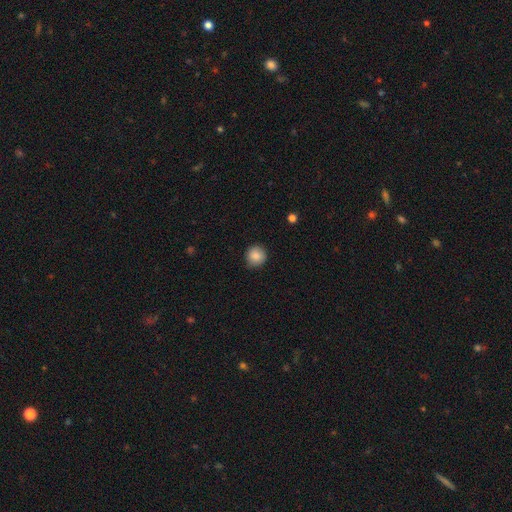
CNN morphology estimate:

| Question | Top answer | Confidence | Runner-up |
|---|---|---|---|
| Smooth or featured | smooth | 87% | star or artifact (9%) |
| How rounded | round | 90% | in between (9%) |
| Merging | none | 83% | minor disturbance (14%) |